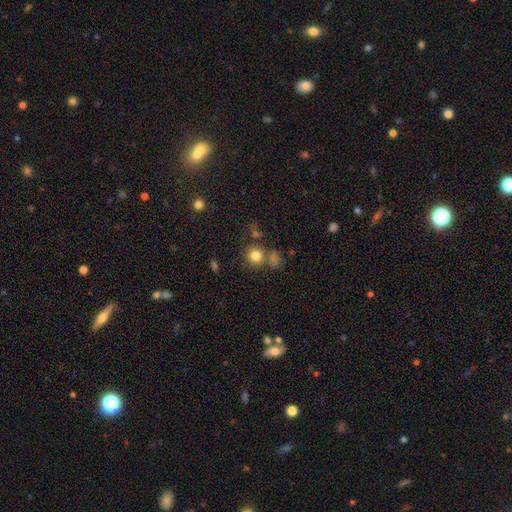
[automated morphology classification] Smooth or featured? Predicted: smooth (p=0.80). How rounded? Predicted: round (p=0.88). Merging? Predicted: none (p=0.67).